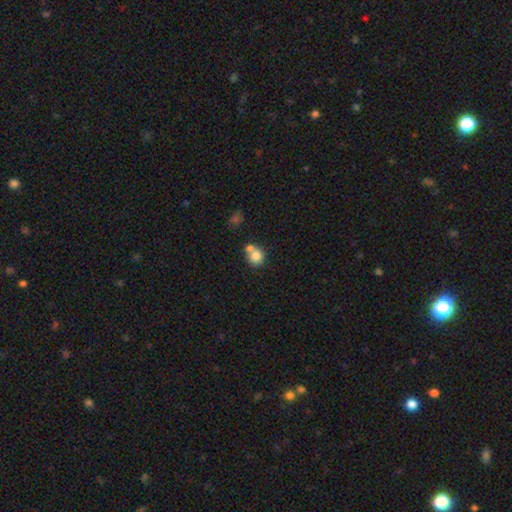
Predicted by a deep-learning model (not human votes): Morphology: type=smooth (79%); roundness=round (83%); merging=none (45%).